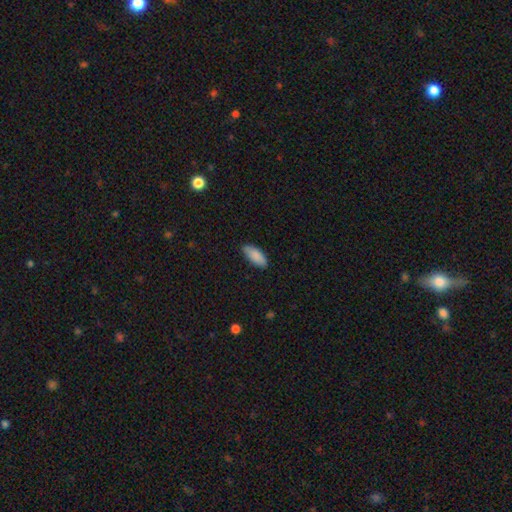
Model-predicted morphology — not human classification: Q: Smooth or featured?
A: smooth (89%); runner-up: star or artifact (6%)
Q: How rounded?
A: in between (81%); runner-up: cigar-shaped (17%)
Q: Merging?
A: none (85%); runner-up: minor disturbance (12%)